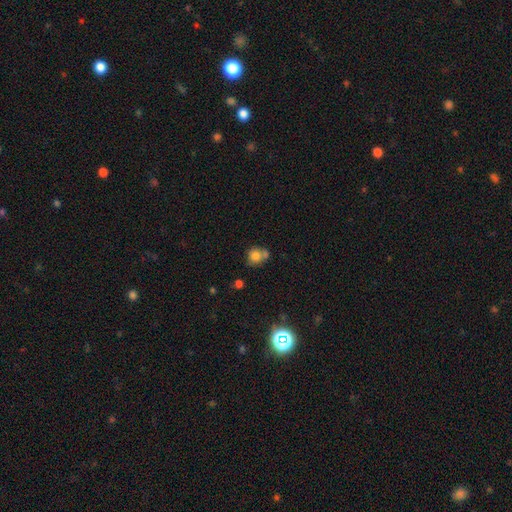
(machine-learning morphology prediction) Smooth or featured: smooth — 77% (featured or disk — 12%)
How rounded: round — 78% (in between — 21%)
Merging: none — 48% (merger — 31%)